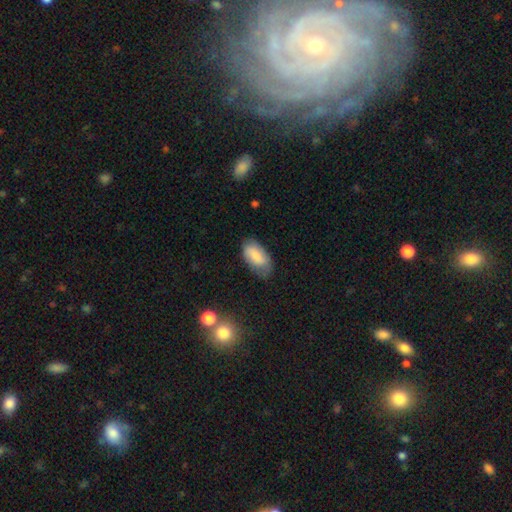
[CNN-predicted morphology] Overall: smooth (79%). How rounded: in between (94%). Merging: none (67%).